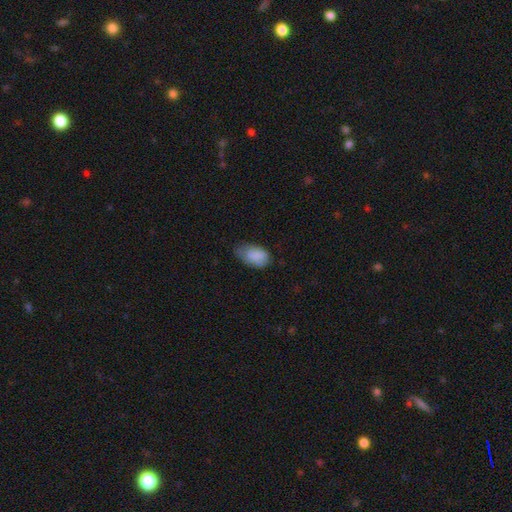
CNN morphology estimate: Overall: smooth (84%). How rounded: in between (93%). Merging: none (44%; minor disturbance 41%).